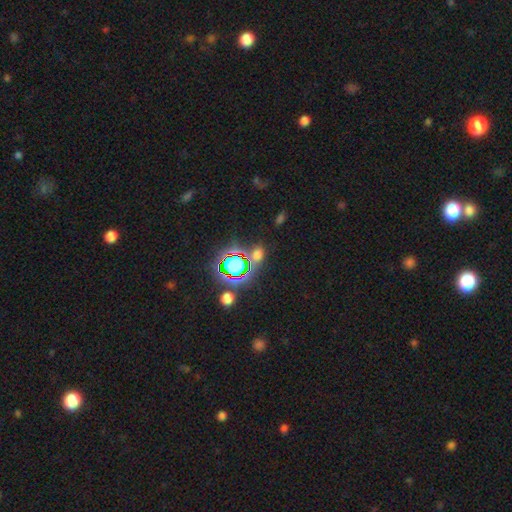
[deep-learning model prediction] The model was most divided on "smooth or featured": star or artifact: 61%, smooth: 29%, featured or disk: 9%.